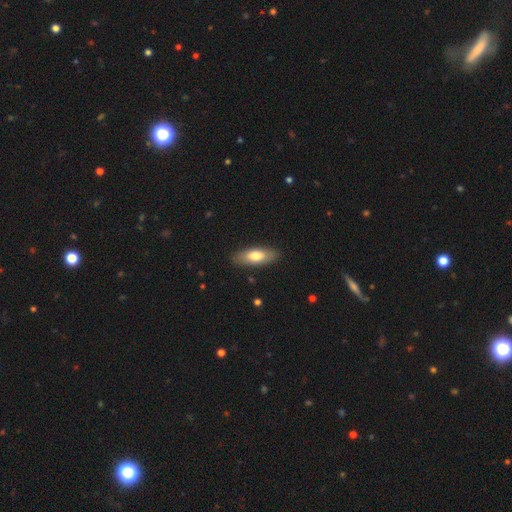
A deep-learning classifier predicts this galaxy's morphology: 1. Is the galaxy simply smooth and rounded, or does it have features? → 73% smooth, 21% featured or disk, 6% star or artifact.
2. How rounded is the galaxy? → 74% in between, 23% cigar-shaped, 2% round.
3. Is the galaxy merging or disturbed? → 87% none, 9% minor disturbance, 2% major disturbance, 1% merger.